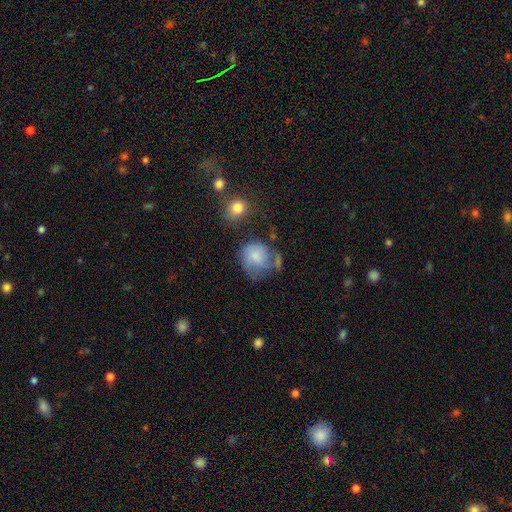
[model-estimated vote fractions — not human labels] A smooth galaxy with no disk features (60%) that is round (72%).

Vote fractions:
- Smooth or featured? smooth: 60% / featured or disk: 30% / star or artifact: 10%
- How rounded? round: 72% / in between: 27% / cigar-shaped: 1%
- Merging? none: 36% / major disturbance: 29% / minor disturbance: 27% / merger: 8%